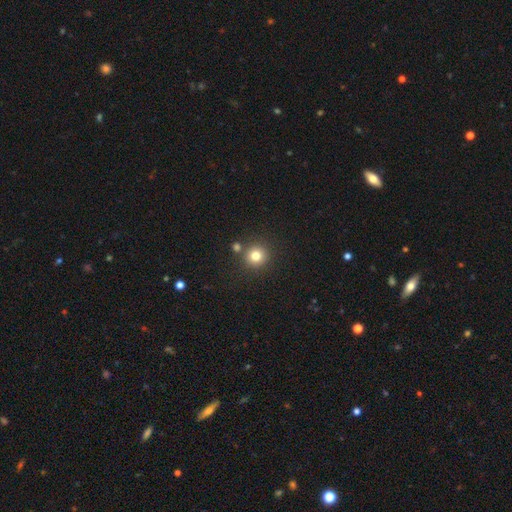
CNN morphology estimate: A smooth galaxy with no disk features (80%) that is round (93%). Merging: none (80%).